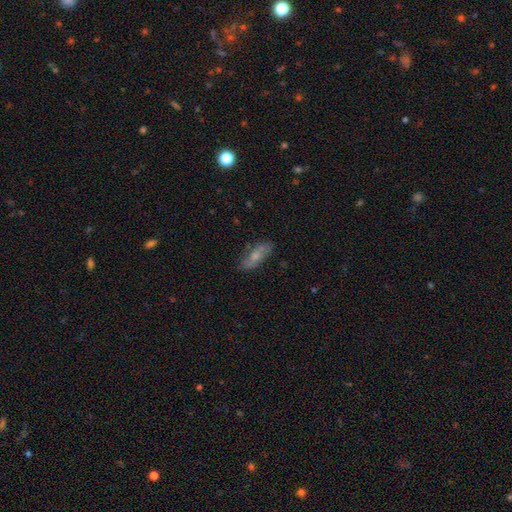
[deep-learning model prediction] Smooth or featured? smooth (59%)
How rounded? in between (67%)
Merging? none (77%)